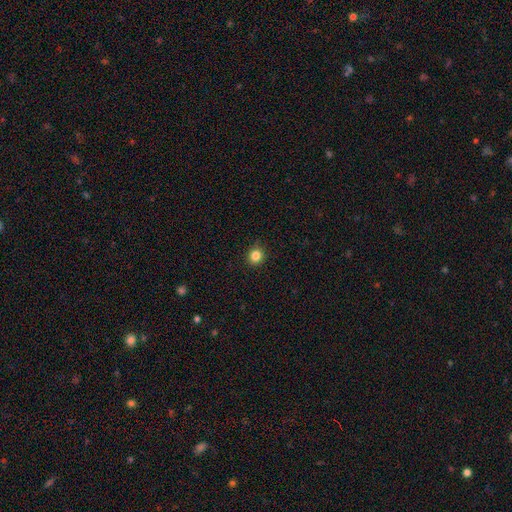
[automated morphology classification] This appears to be a smooth galaxy with no disk features (84%) that is round (86%). Merging: none (89%).